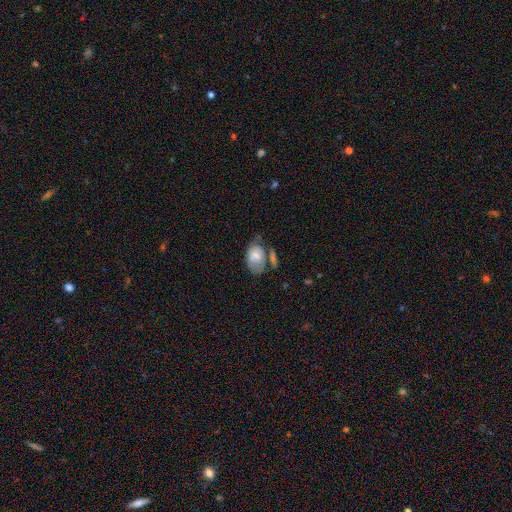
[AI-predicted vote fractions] Smooth or featured?
  - smooth: 69% *
  - featured or disk: 24%
  - star or artifact: 7%
How rounded?
  - in between: 87% *
  - round: 11%
  - cigar-shaped: 1%
Merging?
  - none: 36% *
  - minor disturbance: 28%
  - merger: 20%
  - major disturbance: 17%